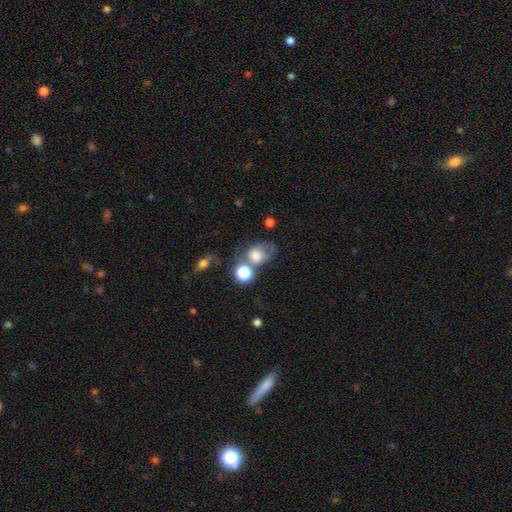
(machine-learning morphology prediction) type=smooth (67%); roundness=in between (55%); merging=none (29%, tied with merger).